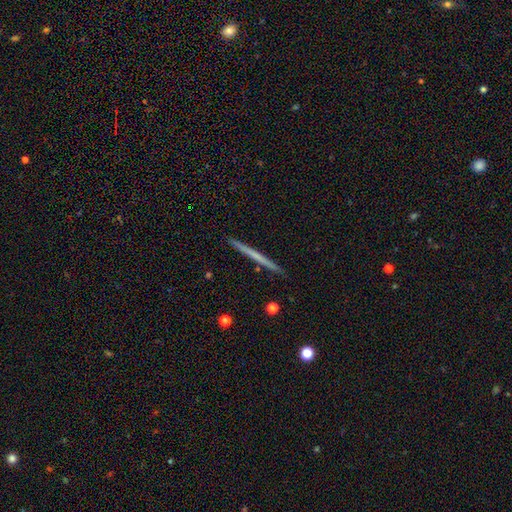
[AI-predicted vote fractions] This appears to be a featured or disk galaxy (50%) viewed edge-on (98%). Merging: none (93%).